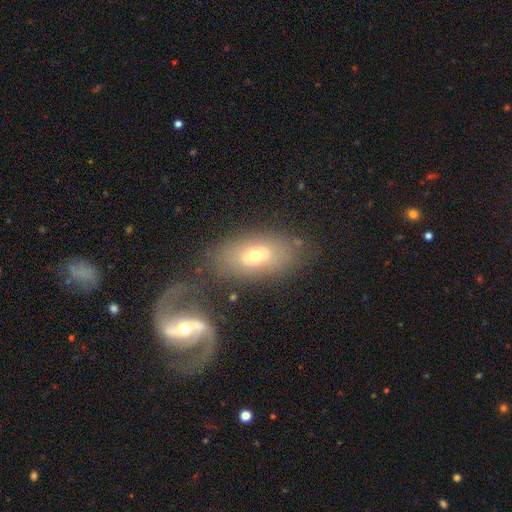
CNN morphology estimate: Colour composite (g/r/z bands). It shows a smooth galaxy with no disk features (57%) that is in between round and cigar-shaped (84%). Merging: none (68%).